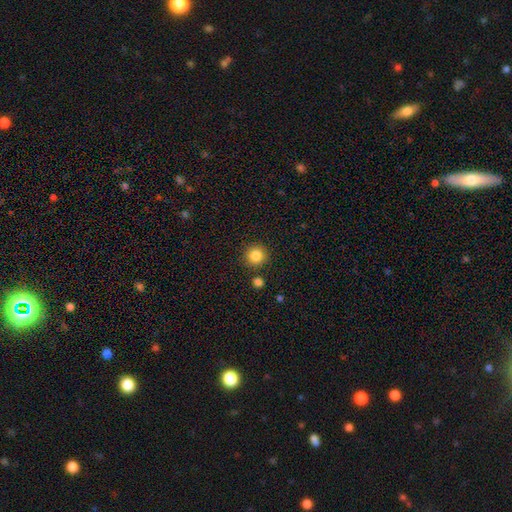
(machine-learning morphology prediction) This appears to be a smooth galaxy with no disk features (84%) that is round (95%). Merging: none (88%).